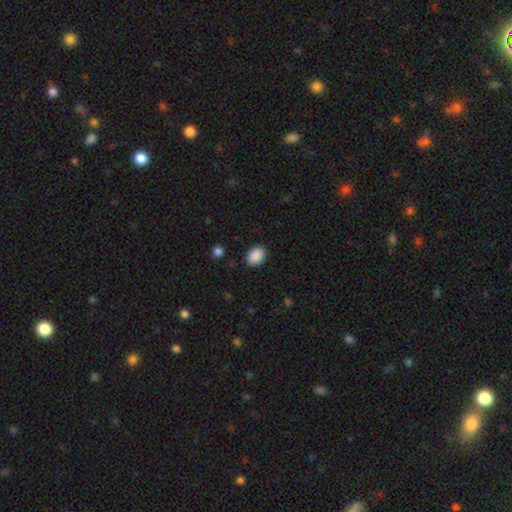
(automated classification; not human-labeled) Smooth or featured: smooth — 90% (star or artifact — 7%)
How rounded: in between — 71% (round — 28%)
Merging: none — 89% (minor disturbance — 8%)